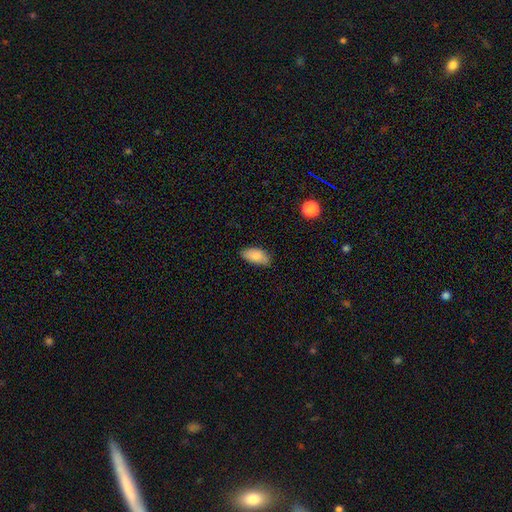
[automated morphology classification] Q: Smooth or featured?
A: smooth (84%); runner-up: featured or disk (9%)
Q: How rounded?
A: in between (92%); runner-up: cigar-shaped (4%)
Q: Merging?
A: none (78%); runner-up: minor disturbance (18%)